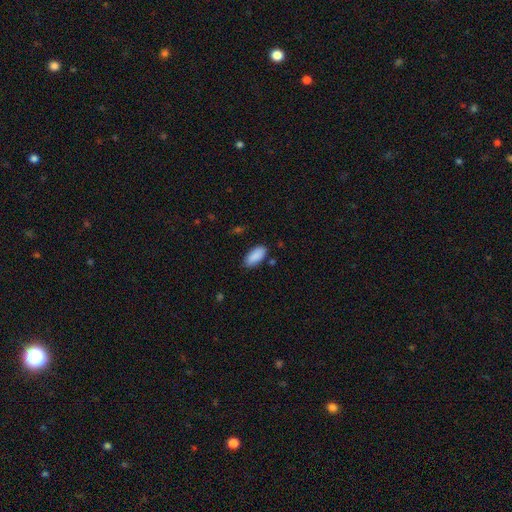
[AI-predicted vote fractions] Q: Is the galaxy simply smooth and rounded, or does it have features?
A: smooth — 90%.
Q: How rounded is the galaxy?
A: in between — 90%.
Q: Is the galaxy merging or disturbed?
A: none — 81%.